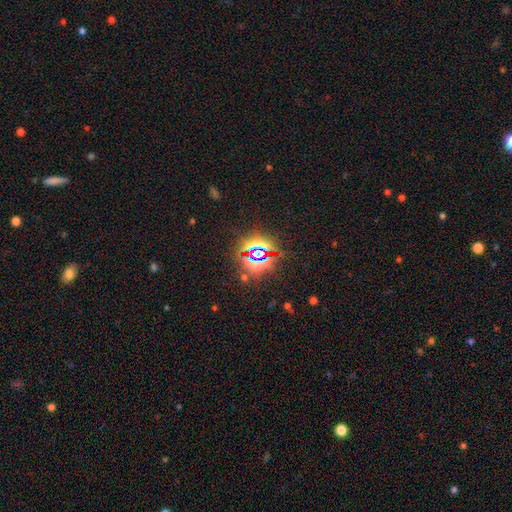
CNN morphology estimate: Smooth or featured? Predicted: star or artifact (p=0.79).